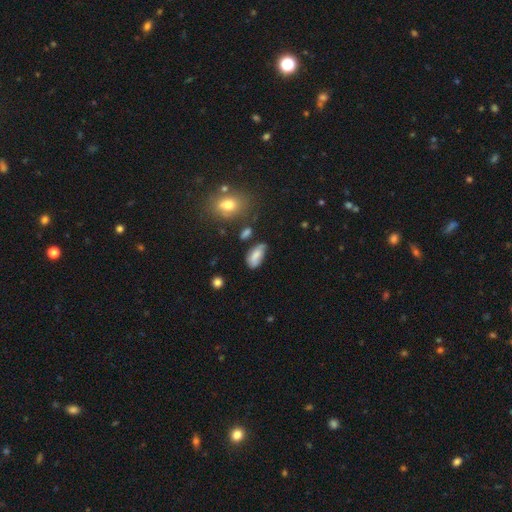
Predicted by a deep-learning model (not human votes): A smooth galaxy with no disk features (72%) that is in between round and cigar-shaped (90%).

Vote fractions:
- Smooth or featured? smooth: 72% / featured or disk: 19% / star or artifact: 9%
- How rounded? in between: 90% / cigar-shaped: 6% / round: 4%
- Merging? none: 51% / minor disturbance: 32% / major disturbance: 11% / merger: 5%